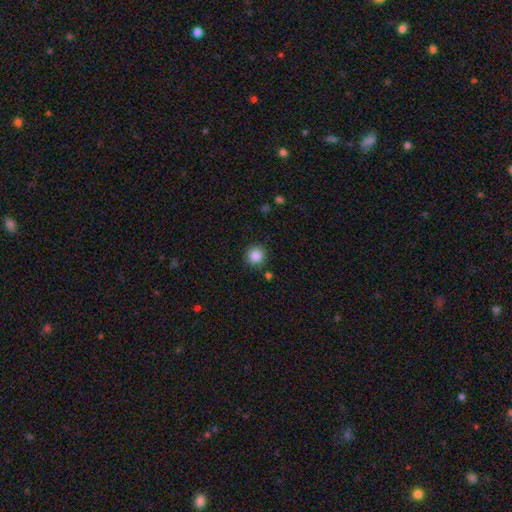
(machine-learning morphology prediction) The model was most divided on "merging": none: 85%, minor disturbance: 9%, merger: 3%, major disturbance: 3%. More confident: how rounded — round (93%); smooth or featured — smooth (87%).